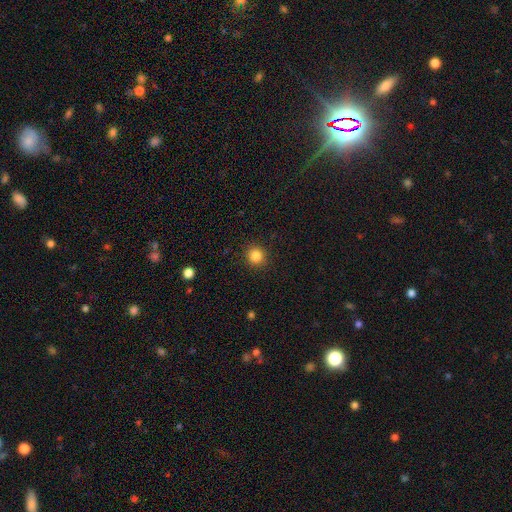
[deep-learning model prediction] Smooth or featured?
  - smooth: 85% *
  - star or artifact: 11%
  - featured or disk: 4%
How rounded?
  - round: 91% *
  - in between: 8%
  - cigar-shaped: 1%
Merging?
  - none: 91% *
  - minor disturbance: 6%
  - major disturbance: 2%
  - merger: 1%